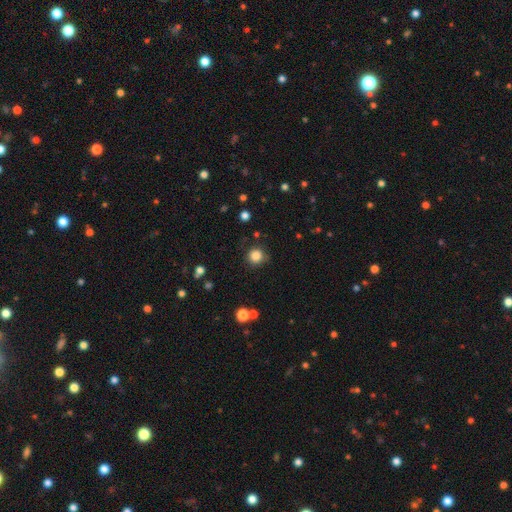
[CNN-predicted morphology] Smooth or featured? Predicted: smooth (p=0.84). How rounded? Predicted: round (p=0.93). Merging? Predicted: none (p=0.84).